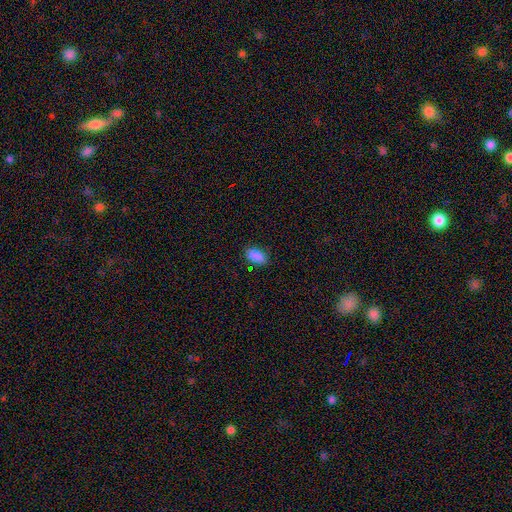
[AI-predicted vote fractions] smooth_or_featured: smooth (p=0.88) [alt: star or artifact p=0.09]
how_rounded: in between (p=0.92) [alt: cigar-shaped p=0.04]
merging: none (p=0.80) [alt: minor disturbance p=0.15]